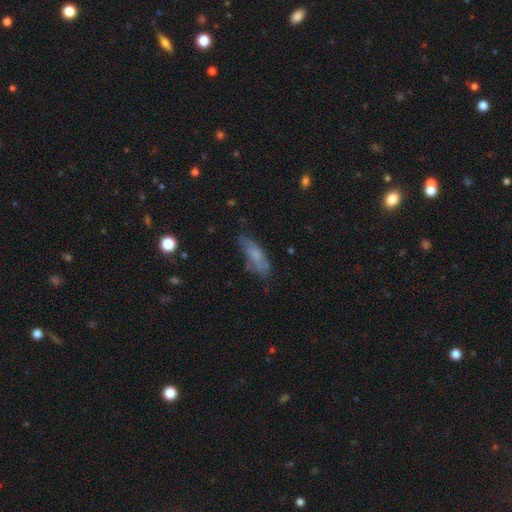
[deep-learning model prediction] This appears to be a smooth galaxy with no disk features (59%) that is in between round and cigar-shaped (60%). Merging: none (55%).